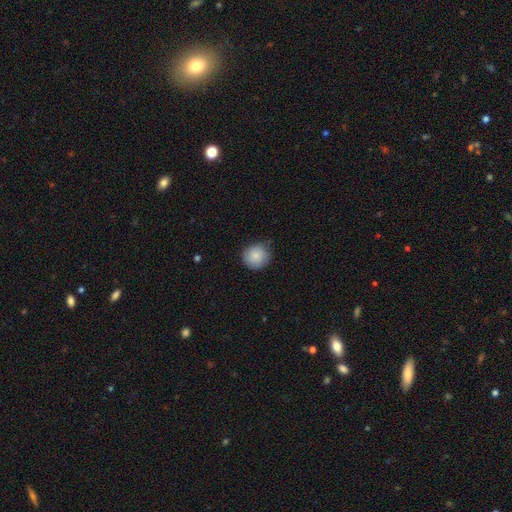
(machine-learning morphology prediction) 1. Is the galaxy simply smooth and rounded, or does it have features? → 87% smooth, 7% star or artifact, 6% featured or disk.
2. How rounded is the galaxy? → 90% round, 9% in between, 1% cigar-shaped.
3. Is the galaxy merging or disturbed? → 79% none, 17% minor disturbance, 3% major disturbance, 1% merger.